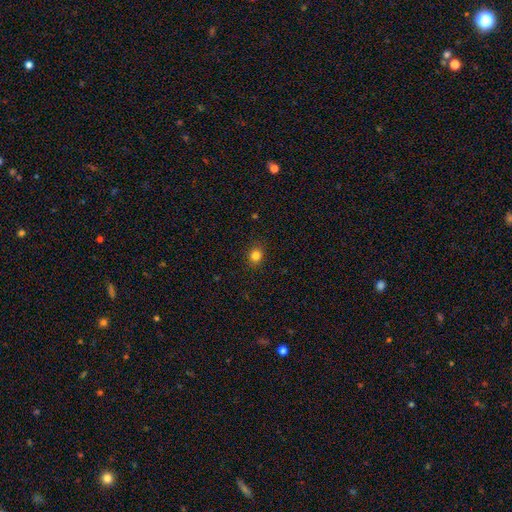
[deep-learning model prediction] Smooth or featured? Predicted: smooth (p=0.82). How rounded? Predicted: round (p=0.79). Merging? Predicted: none (p=0.90).